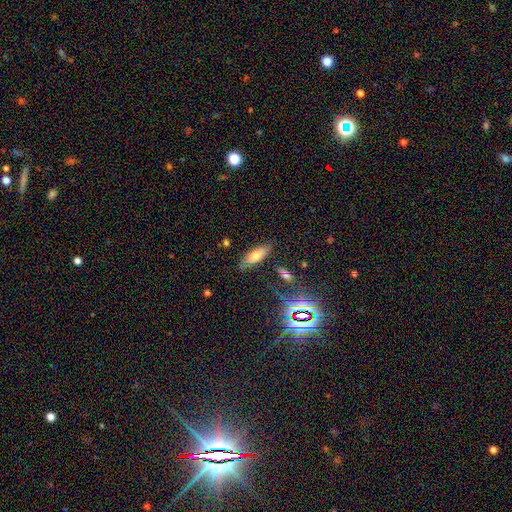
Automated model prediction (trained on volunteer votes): Q: Smooth or featured?
A: smooth (61%); runner-up: featured or disk (25%)
Q: How rounded?
A: in between (67%); runner-up: cigar-shaped (31%)
Q: Merging?
A: none (75%); runner-up: minor disturbance (18%)